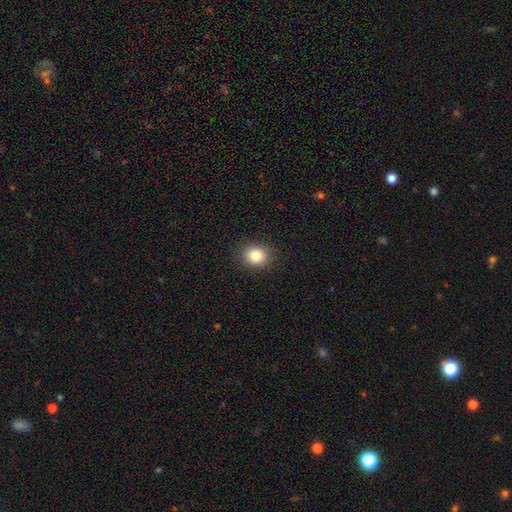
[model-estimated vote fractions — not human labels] A smooth galaxy with no disk features (84%) that is round (67%).

Vote fractions:
- Smooth or featured? smooth: 84% / star or artifact: 10% / featured or disk: 6%
- How rounded? round: 67% / in between: 32% / cigar-shaped: 1%
- Merging? none: 90% / minor disturbance: 7% / major disturbance: 2% / merger: 1%